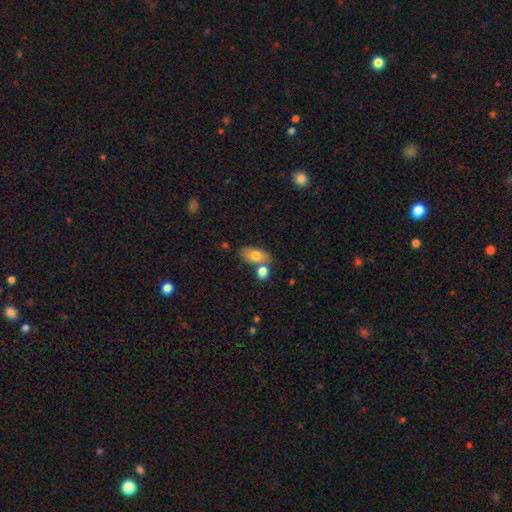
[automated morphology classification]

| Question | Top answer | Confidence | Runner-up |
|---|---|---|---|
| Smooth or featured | smooth | 76% | featured or disk (17%) |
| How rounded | in between | 88% | round (7%) |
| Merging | none | 54% | merger (31%) |